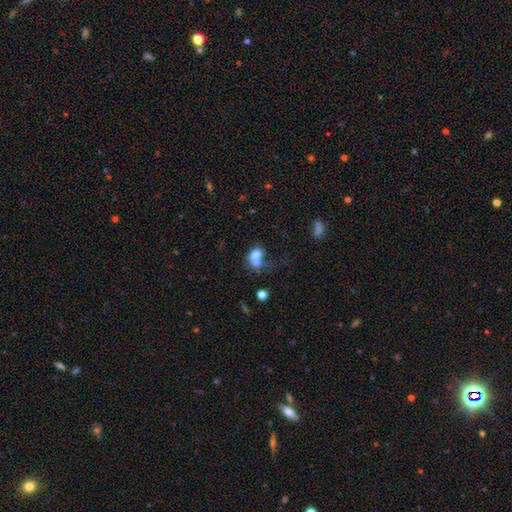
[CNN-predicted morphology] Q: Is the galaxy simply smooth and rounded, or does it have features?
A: smooth — 72%.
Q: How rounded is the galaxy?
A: in between — 52%.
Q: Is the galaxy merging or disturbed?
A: merger — 47%.